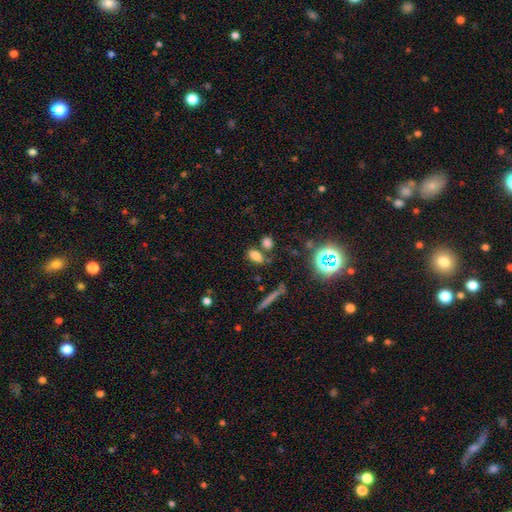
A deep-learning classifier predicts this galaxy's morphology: Smooth or featured: smooth — 75% (star or artifact — 16%)
How rounded: in between — 82% (round — 10%)
Merging: none — 66% (merger — 17%)